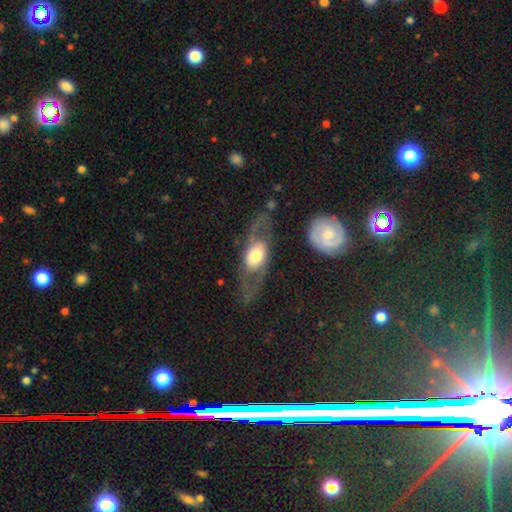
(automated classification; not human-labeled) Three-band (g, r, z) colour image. It shows a featured or disk galaxy (67%) with no bar (73%), spiral arms (63%) and a moderate central bulge (44%). Merging: none (60%).